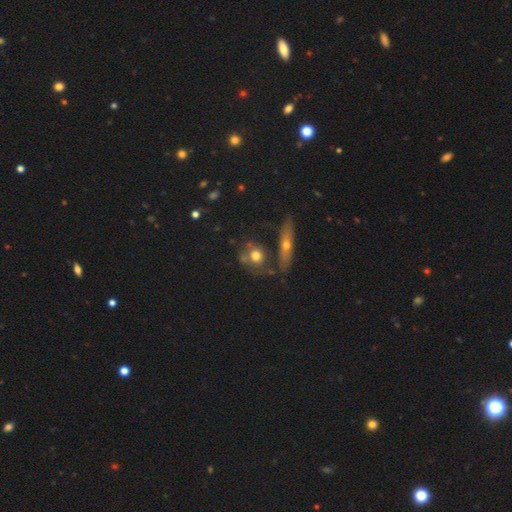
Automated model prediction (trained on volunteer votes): Morphology: type=smooth (61%); roundness=round (72%); merging=none (58%).